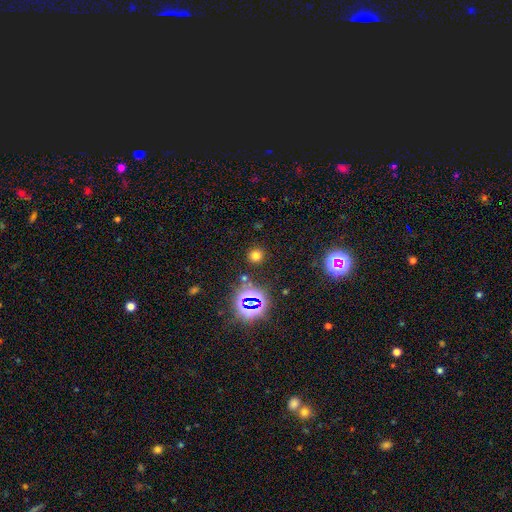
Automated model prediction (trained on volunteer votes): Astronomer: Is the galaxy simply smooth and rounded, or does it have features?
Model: smooth — 66%.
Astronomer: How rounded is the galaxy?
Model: round — 91%.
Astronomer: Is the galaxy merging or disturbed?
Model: none — 86%.